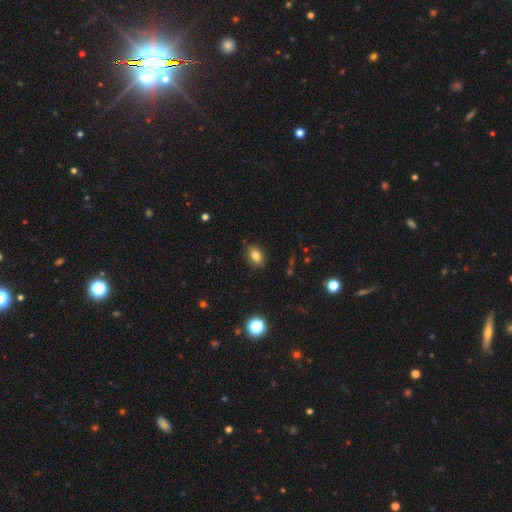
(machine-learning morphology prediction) This appears to be a smooth galaxy with no disk features (81%) that is in between round and cigar-shaped (75%). Merging: none (86%).